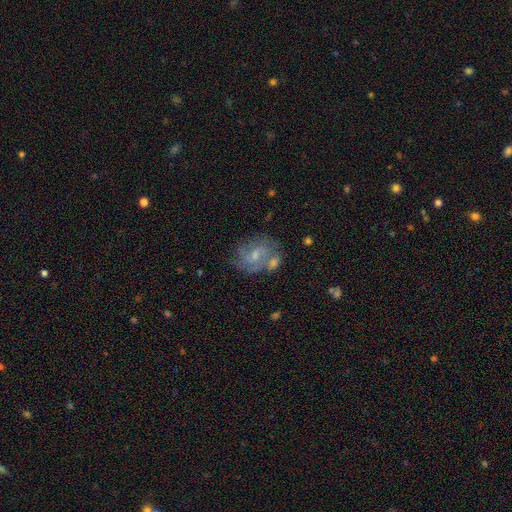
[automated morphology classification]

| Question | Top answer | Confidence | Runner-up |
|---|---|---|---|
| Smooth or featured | featured or disk | 72% | smooth (19%) |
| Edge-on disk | no | 97% | yes (3%) |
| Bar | weak | 47% | no (44%) |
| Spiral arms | yes | 88% | no (12%) |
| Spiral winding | medium | 44% | tight (40%) |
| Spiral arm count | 2 | 38% | can't tell (27%) |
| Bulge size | small | 53% | moderate (40%) |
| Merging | none | 56% | merger (19%) |